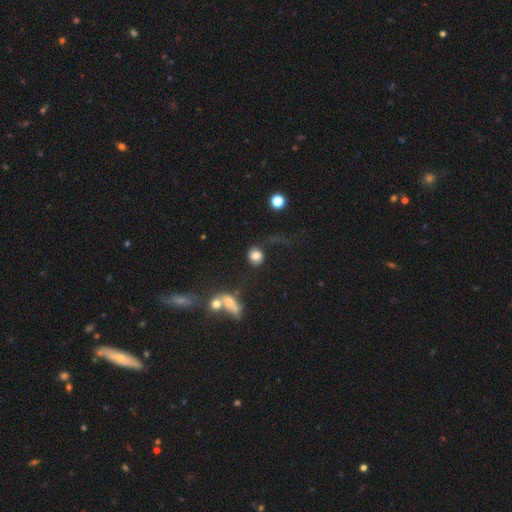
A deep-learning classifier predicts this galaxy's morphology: smooth 77%, featured or disk 13%, star or artifact 10%. Down the decision tree: how rounded — round (78%); merging — none (47%).